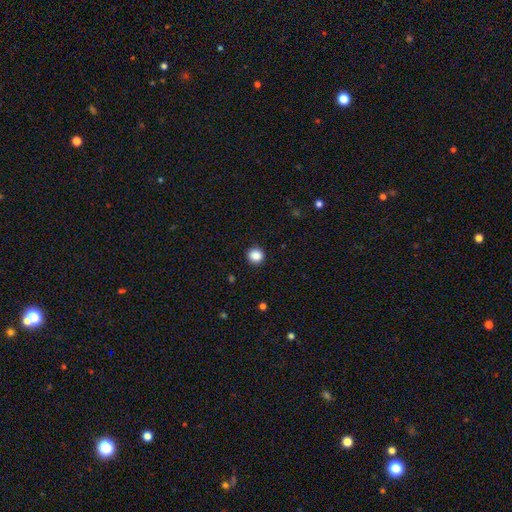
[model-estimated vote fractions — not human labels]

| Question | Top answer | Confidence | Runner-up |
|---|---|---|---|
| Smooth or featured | smooth | 88% | star or artifact (10%) |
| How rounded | round | 93% | in between (6%) |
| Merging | none | 92% | minor disturbance (5%) |